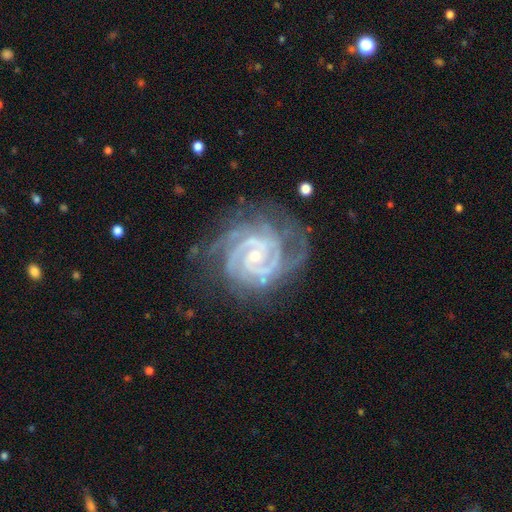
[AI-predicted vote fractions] smooth_or_featured: featured or disk (p=0.93) [alt: star or artifact p=0.05]
disk_edge_on: no (p=0.98) [alt: yes p=0.02]
bar: no (p=0.55) [alt: weak p=0.31]
has_spiral_arms: yes (p=0.99) [alt: no p=0.01]
spiral_winding: tight (p=0.72) [alt: medium p=0.25]
spiral_arm_count: 2 (p=0.48) [alt: 3 p=0.23]
bulge_size: small (p=0.68) [alt: moderate p=0.29]
merging: none (p=0.68) [alt: minor disturbance p=0.21]